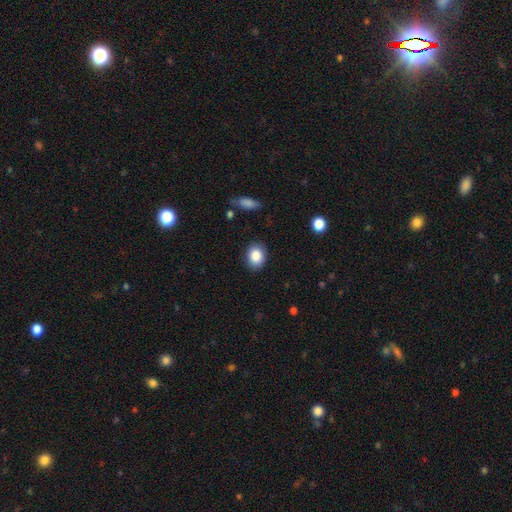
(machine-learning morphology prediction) smooth-or-featured: smooth: 86% | star or artifact: 8% | featured or disk: 5%
  how-rounded: in between: 57% | round: 42% | cigar-shaped: 1%
  merging: none: 87% | minor disturbance: 10% | major disturbance: 2% | merger: 1%